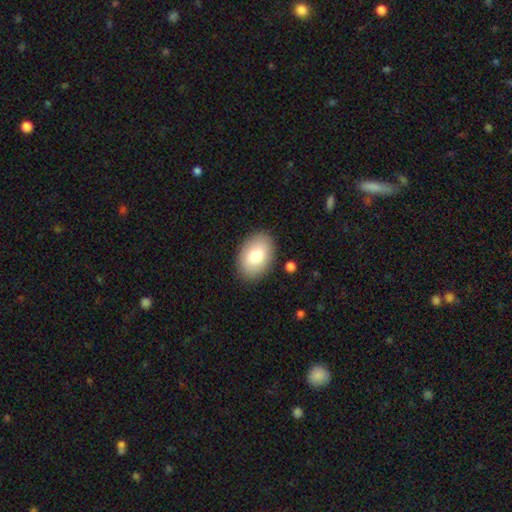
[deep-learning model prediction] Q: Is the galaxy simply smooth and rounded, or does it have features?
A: smooth — 78%.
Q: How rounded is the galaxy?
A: in between — 88%.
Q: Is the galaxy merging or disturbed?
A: none — 87%.